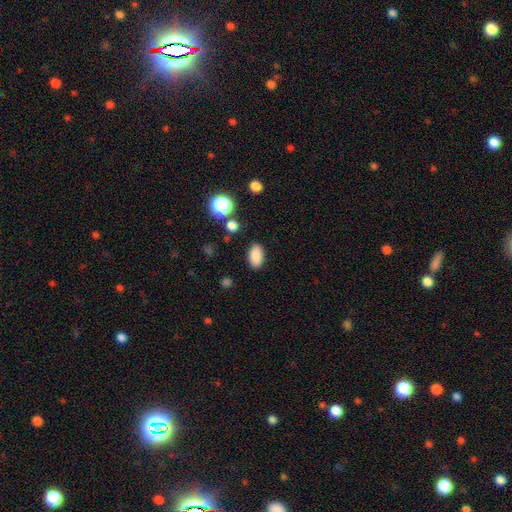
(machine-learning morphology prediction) smooth_or_featured: smooth (p=0.86) [alt: star or artifact p=0.10]
how_rounded: in between (p=0.92) [alt: round p=0.06]
merging: none (p=0.87) [alt: minor disturbance p=0.08]